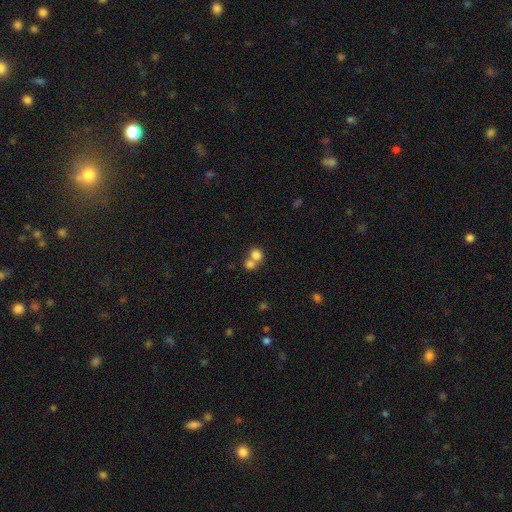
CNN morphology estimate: smooth-or-featured: smooth: 77% | featured or disk: 11% | star or artifact: 11%
  how-rounded: round: 73% | in between: 26% | cigar-shaped: 1%
  merging: merger: 58% | none: 34% | minor disturbance: 5% | major disturbance: 3%